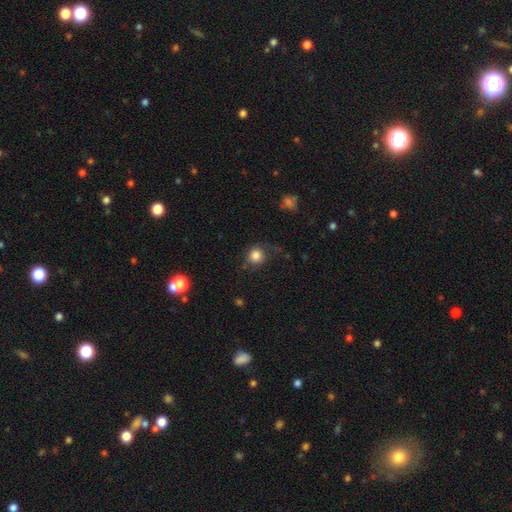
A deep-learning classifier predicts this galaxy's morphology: Smooth or featured?
  - smooth: 83% *
  - star or artifact: 10%
  - featured or disk: 7%
How rounded?
  - round: 87% *
  - in between: 12%
  - cigar-shaped: 1%
Merging?
  - none: 64% *
  - minor disturbance: 21%
  - major disturbance: 12%
  - merger: 2%